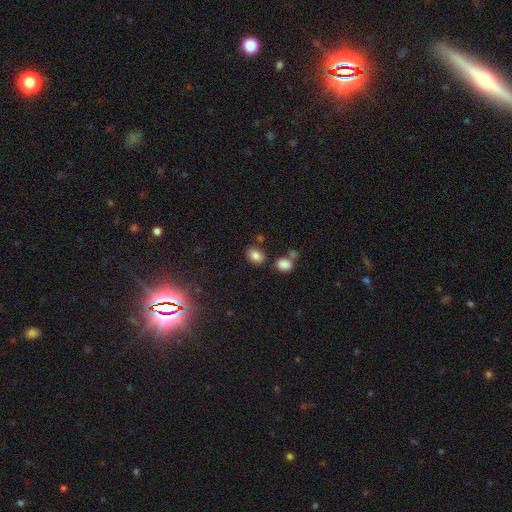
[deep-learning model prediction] The model was most divided on "how rounded": in between: 68%, round: 31%, cigar-shaped: 1%. More confident: smooth or featured — smooth (82%); merging — none (76%).